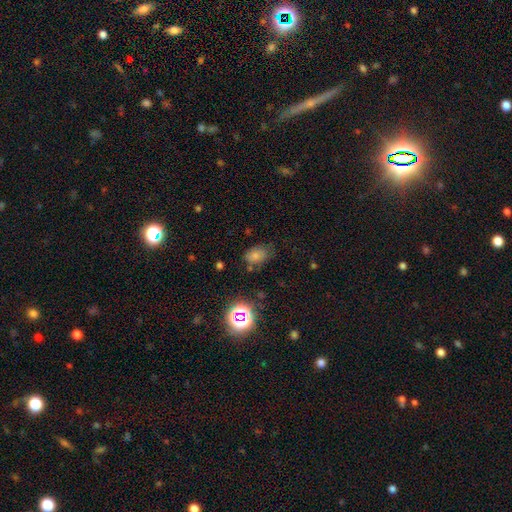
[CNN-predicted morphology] type=smooth (69%); roundness=in between (78%); merging=none (62%).